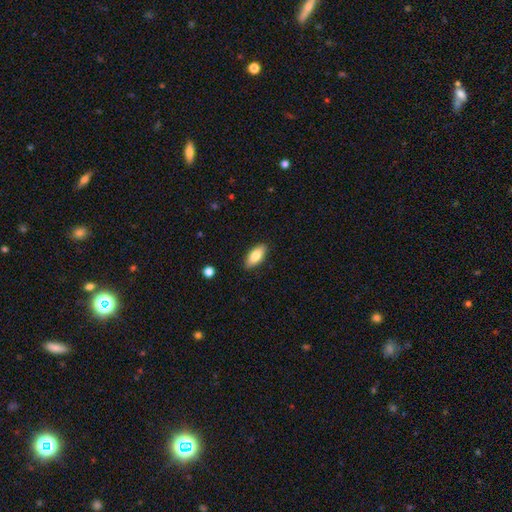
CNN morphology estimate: A smooth galaxy with no disk features (80%) that is in between round and cigar-shaped (85%). Merging: none (87%).